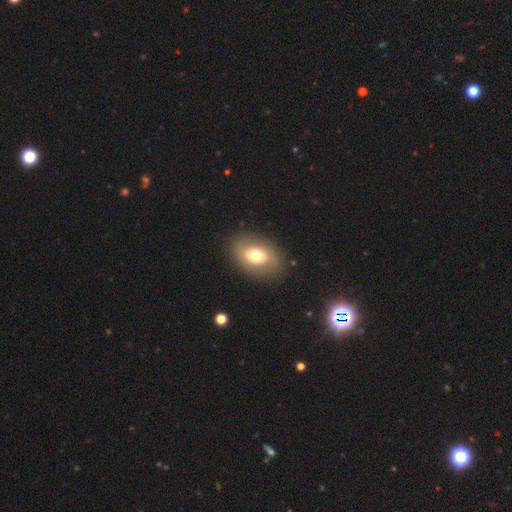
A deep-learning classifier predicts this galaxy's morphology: Smooth or featured?
  - smooth: 63% *
  - featured or disk: 29%
  - star or artifact: 8%
How rounded?
  - in between: 80% *
  - round: 18%
  - cigar-shaped: 1%
Merging?
  - none: 84% *
  - minor disturbance: 11%
  - major disturbance: 4%
  - merger: 1%